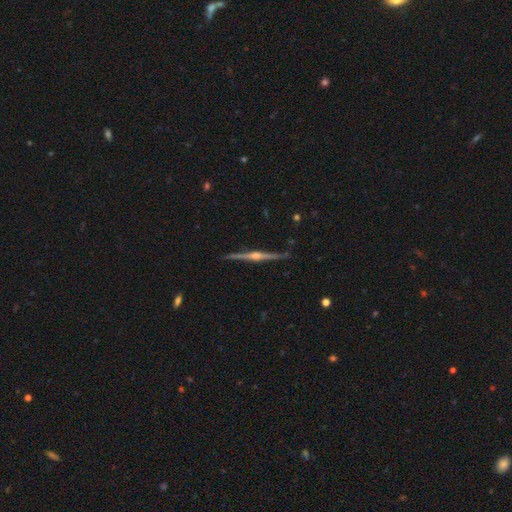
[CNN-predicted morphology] type=featured or disk (88%); edge-on=yes (99%); edge-on bulge=rounded (92%); merging=none (91%).